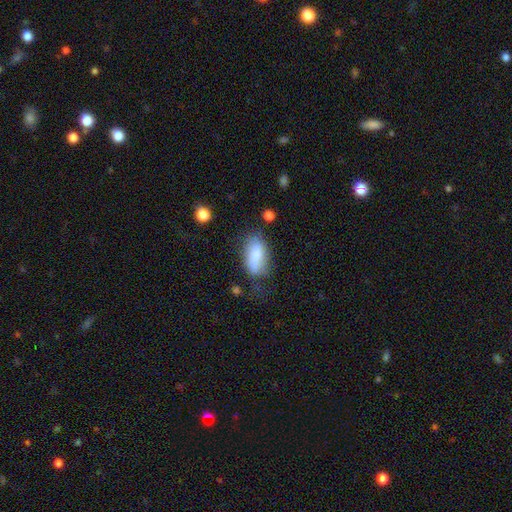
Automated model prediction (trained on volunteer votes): Smooth or featured? smooth (77%)
How rounded? in between (91%)
Merging? none (54%)